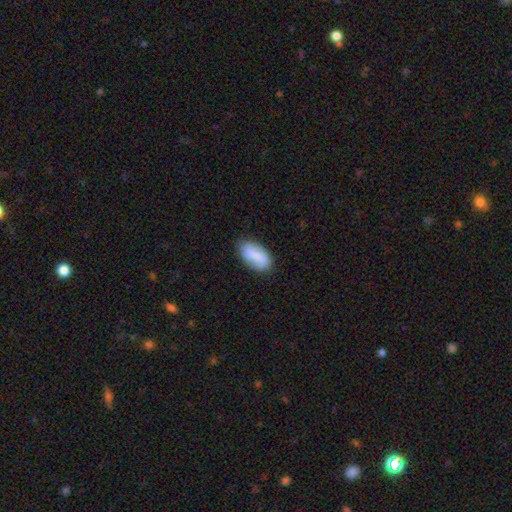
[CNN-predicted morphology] Q: Smooth or featured?
A: smooth (70%); runner-up: featured or disk (22%)
Q: How rounded?
A: in between (92%); runner-up: cigar-shaped (4%)
Q: Merging?
A: none (75%); runner-up: minor disturbance (18%)